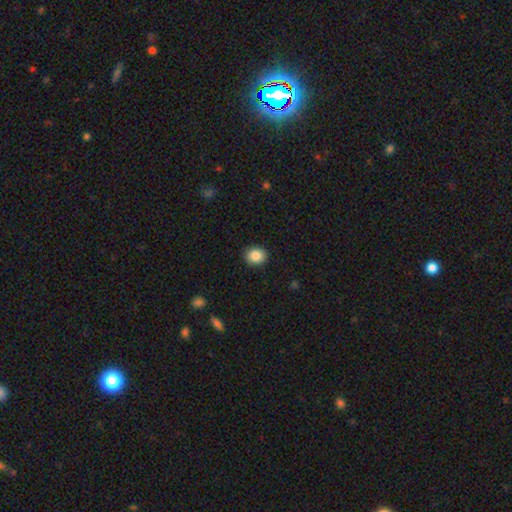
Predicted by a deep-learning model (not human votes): This appears to be a smooth galaxy with no disk features (86%) that is round (59%). Merging: none (91%).